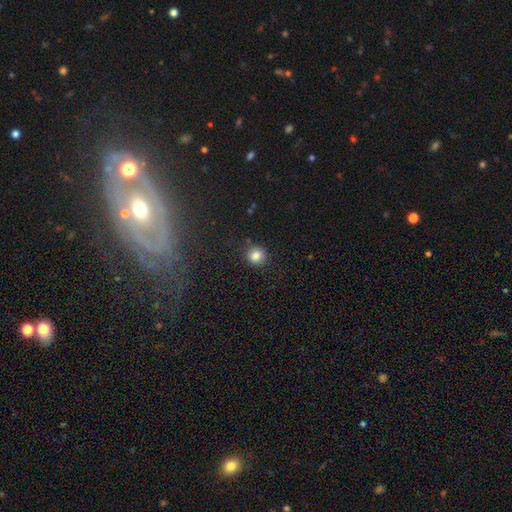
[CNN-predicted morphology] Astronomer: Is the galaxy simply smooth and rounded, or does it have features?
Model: smooth — 84%.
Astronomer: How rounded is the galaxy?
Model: round — 91%.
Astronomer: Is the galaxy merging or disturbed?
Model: none — 87%.